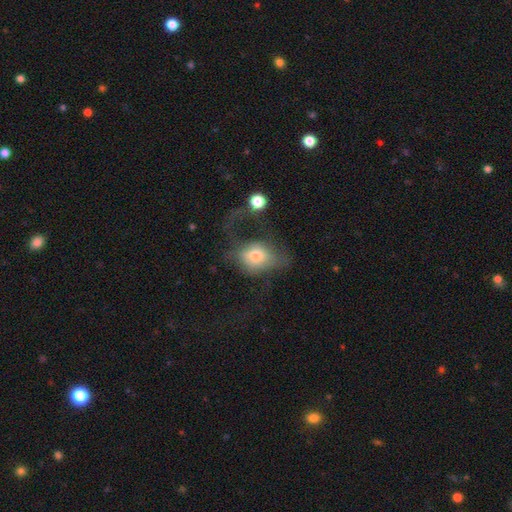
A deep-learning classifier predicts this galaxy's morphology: The model was most divided on "how rounded": in between: 51%, round: 48%, cigar-shaped: 2%. More confident: smooth or featured — smooth (64%); merging — major disturbance (50%).